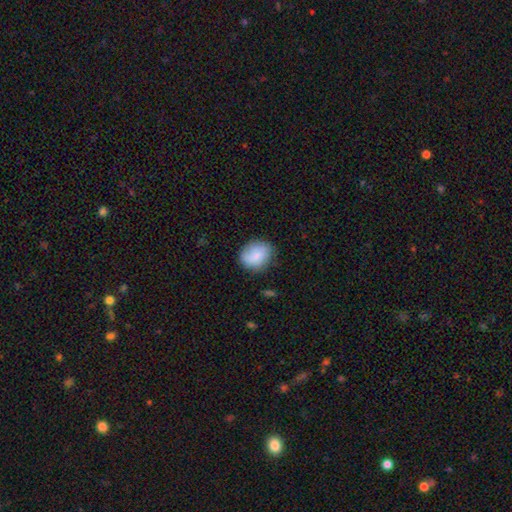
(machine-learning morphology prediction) Smooth or featured? smooth (82%)
How rounded? round (58%)
Merging? none (73%)